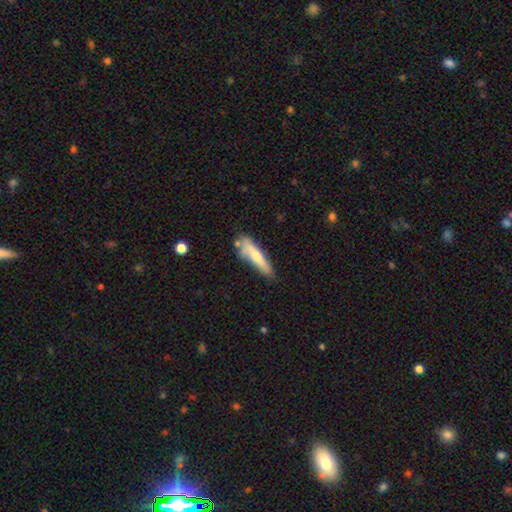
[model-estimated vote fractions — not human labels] This appears to be a smooth galaxy with no disk features (57%) that is cigar-shaped (80%). Merging: none (62%).